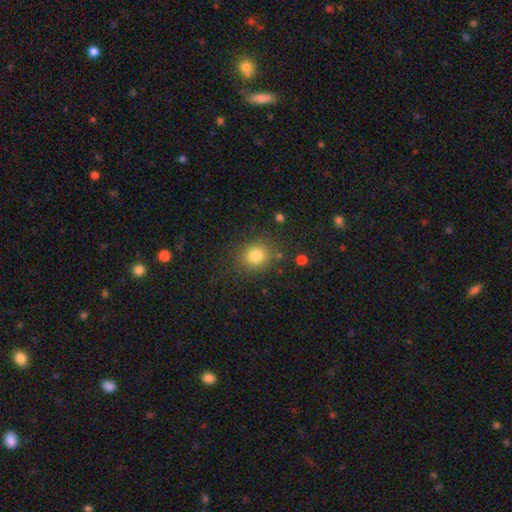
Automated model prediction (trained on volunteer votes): Smooth or featured? Predicted: smooth (p=0.81). How rounded? Predicted: round (p=0.79). Merging? Predicted: none (p=0.83).